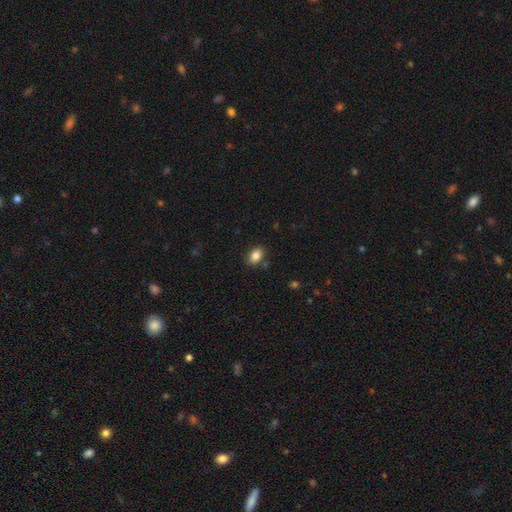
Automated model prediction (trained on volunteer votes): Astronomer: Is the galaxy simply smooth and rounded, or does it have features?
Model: smooth — 86%.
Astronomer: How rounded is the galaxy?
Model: in between — 85%.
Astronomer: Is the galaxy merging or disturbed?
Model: none — 82%.